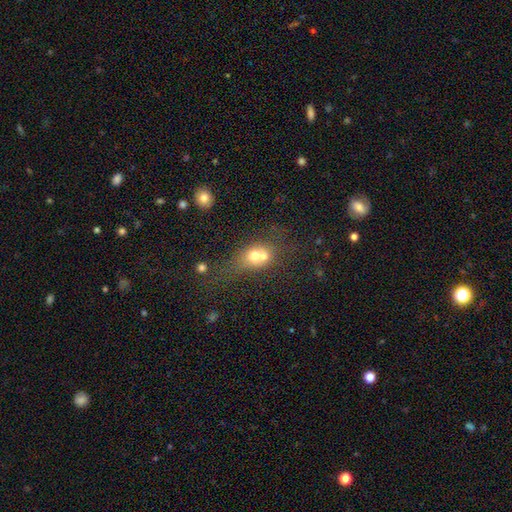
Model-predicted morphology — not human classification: Overall: smooth (63%; featured or disk 25%). How rounded: round (48%, tied with in between). Merging: merger (60%; none 24%).